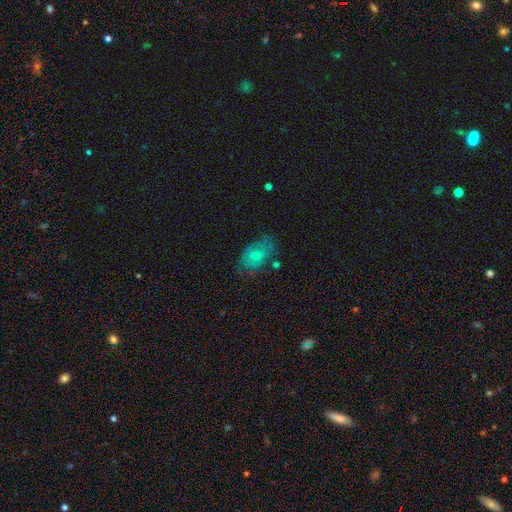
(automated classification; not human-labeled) Smooth or featured? smooth (43%, tied with featured or disk)
Merging? none (65%)